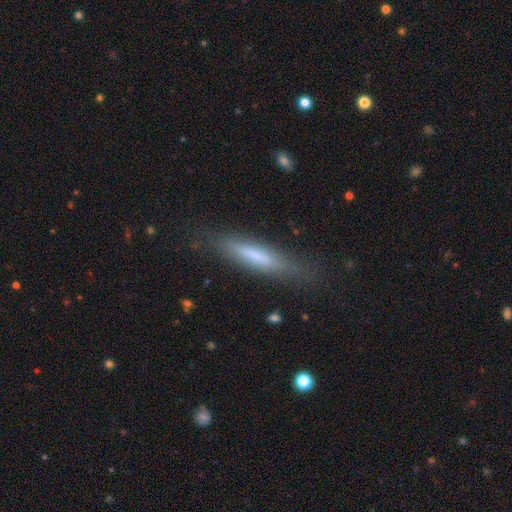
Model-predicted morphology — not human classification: Smooth or featured? Predicted: smooth (p=0.59). How rounded? Predicted: cigar-shaped (p=0.86). Merging? Predicted: none (p=0.80).